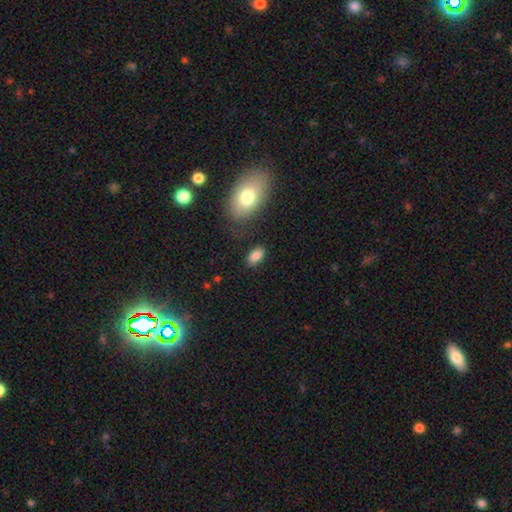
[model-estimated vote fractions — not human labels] This appears to be a smooth galaxy with no disk features (84%) that is in between round and cigar-shaped (91%). Merging: none (82%).